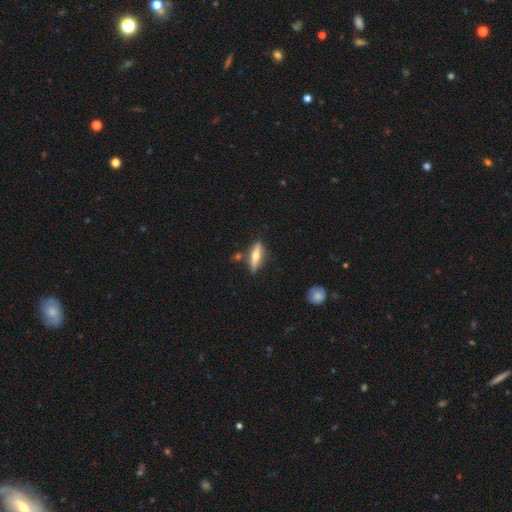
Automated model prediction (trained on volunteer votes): A featured or disk galaxy (58%) viewed edge-on (92%) with a rounded central bulge (94%).

Vote fractions:
- Smooth or featured? featured or disk: 58% / smooth: 36% / star or artifact: 6%
- Edge-on disk? yes: 92% / no: 8%
- Edge-on bulge? rounded: 94% / none: 3% / boxy: 3%
- Merging? none: 81% / minor disturbance: 11% / merger: 5% / major disturbance: 3%